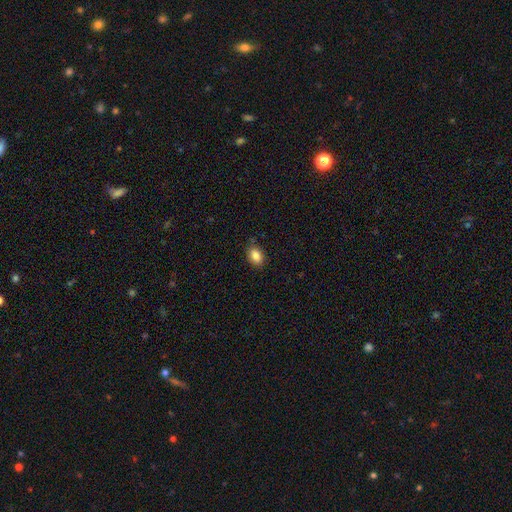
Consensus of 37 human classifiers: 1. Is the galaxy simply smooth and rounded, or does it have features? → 92% smooth, 8% featured or disk, 0% star or artifact.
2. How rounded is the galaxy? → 79% in between, 21% round, 0% cigar-shaped.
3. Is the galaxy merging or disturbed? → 86% none, 8% major disturbance, 5% minor disturbance, 0% merger.